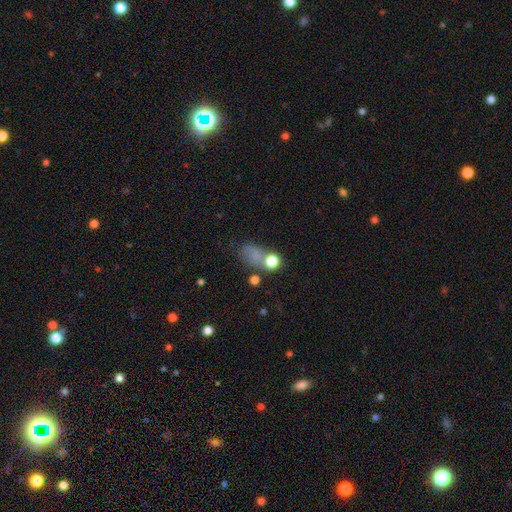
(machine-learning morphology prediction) Overall: smooth (62%; star or artifact 23%). How rounded: in between (63%; round 34%). Merging: none (40%; major disturbance 22%).